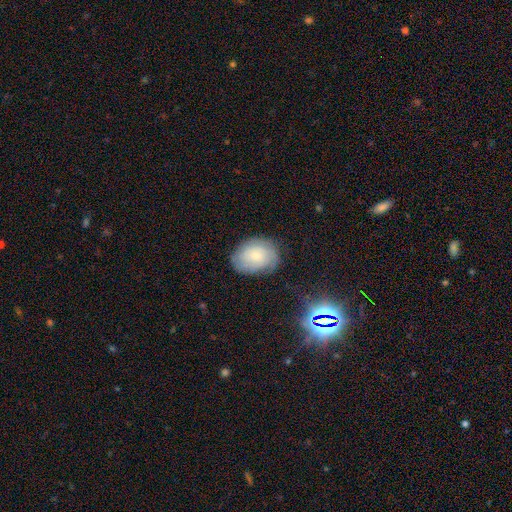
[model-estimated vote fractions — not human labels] Q: Smooth or featured?
A: smooth (58%); runner-up: featured or disk (32%)
Q: How rounded?
A: in between (68%); runner-up: round (31%)
Q: Merging?
A: none (73%); runner-up: minor disturbance (20%)